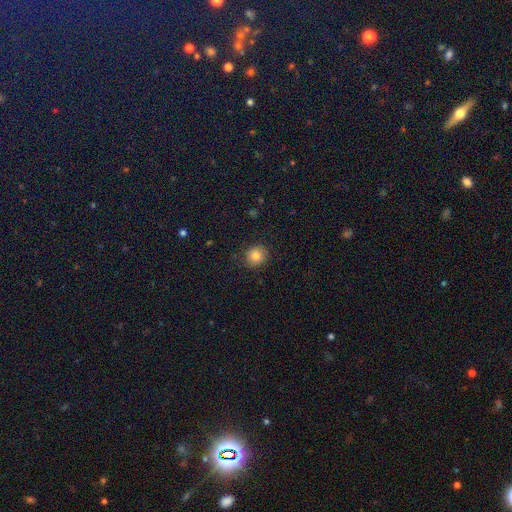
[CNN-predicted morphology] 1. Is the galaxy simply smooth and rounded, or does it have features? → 81% smooth, 11% star or artifact, 9% featured or disk.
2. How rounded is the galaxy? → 84% round, 15% in between, 1% cigar-shaped.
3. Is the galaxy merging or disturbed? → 84% none, 11% minor disturbance, 3% major disturbance, 1% merger.